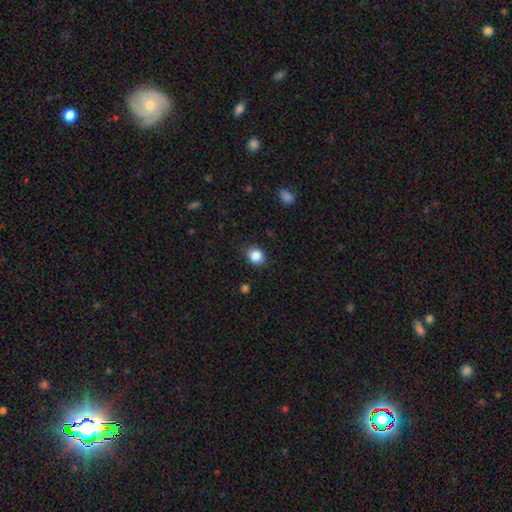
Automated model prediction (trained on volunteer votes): The model was most divided on "how rounded": round: 71%, in between: 28%, cigar-shaped: 1%. More confident: merging — none (87%); smooth or featured — smooth (86%).